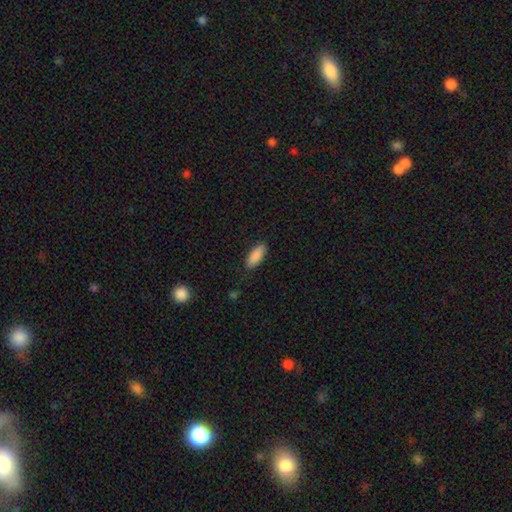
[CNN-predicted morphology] smooth 89%, star or artifact 6%, featured or disk 4%. Down the decision tree: how rounded — in between (76%); merging — none (86%).